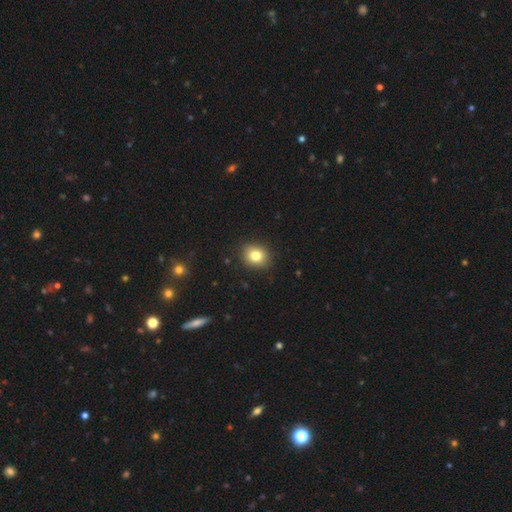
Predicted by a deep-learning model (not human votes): This is likely a smooth galaxy (80%). How rounded: likely round (69%). Merging: clearly none (89%).